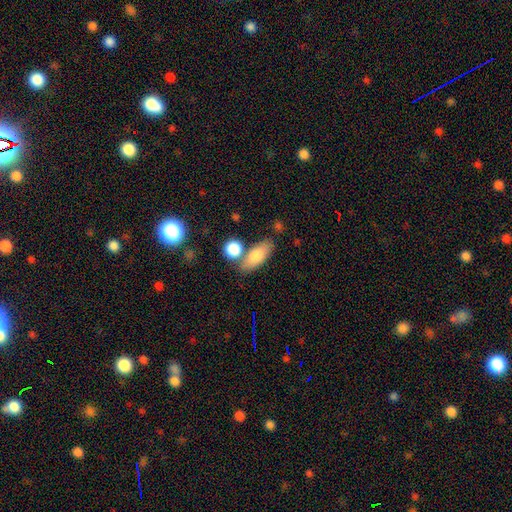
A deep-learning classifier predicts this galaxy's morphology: A smooth galaxy with no disk features (76%) that is in between round and cigar-shaped (76%).

Vote fractions:
- Smooth or featured? smooth: 76% / featured or disk: 17% / star or artifact: 7%
- How rounded? in between: 76% / cigar-shaped: 18% / round: 6%
- Merging? none: 65% / merger: 19% / minor disturbance: 12% / major disturbance: 4%